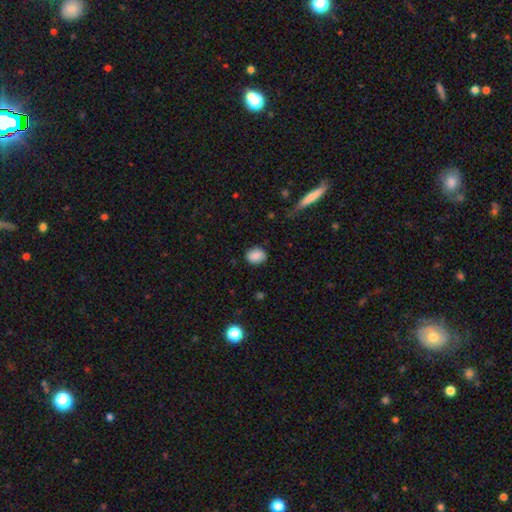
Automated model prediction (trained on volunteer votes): This is clearly a smooth galaxy (86%). How rounded: possibly in between (55%). Merging: clearly none (84%).